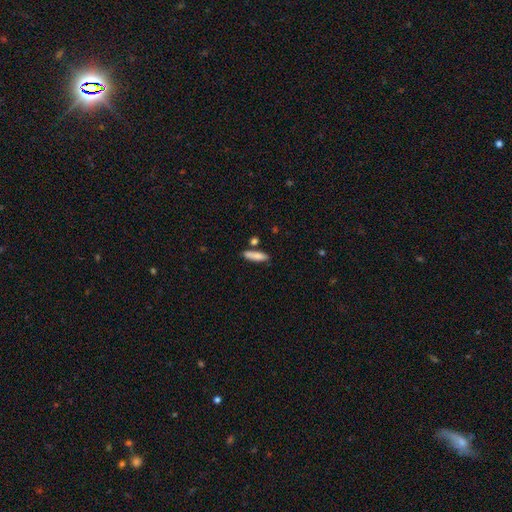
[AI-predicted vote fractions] Smooth or featured: smooth — 83% (featured or disk — 10%)
How rounded: cigar-shaped — 65% (in between — 32%)
Merging: none — 74% (minor disturbance — 13%)